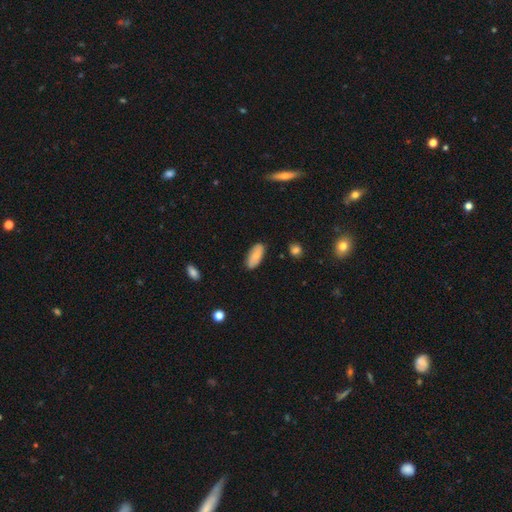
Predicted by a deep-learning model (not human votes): This is likely a smooth galaxy (74%). How rounded: clearly in between (85%). Merging: clearly none (85%).